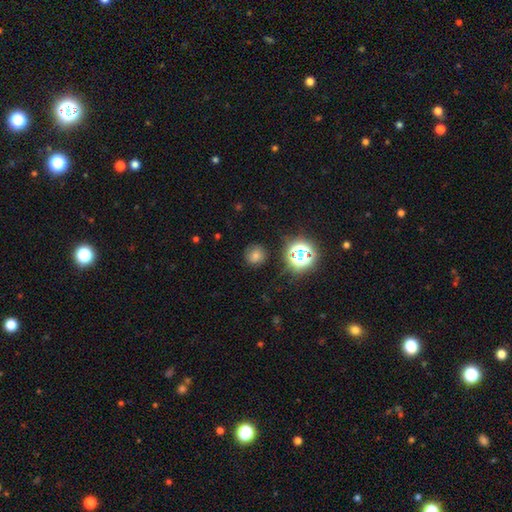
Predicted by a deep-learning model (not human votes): Smooth or featured: smooth — 58% (star or artifact — 32%)
How rounded: round — 90% (in between — 9%)
Merging: none — 85% (minor disturbance — 9%)